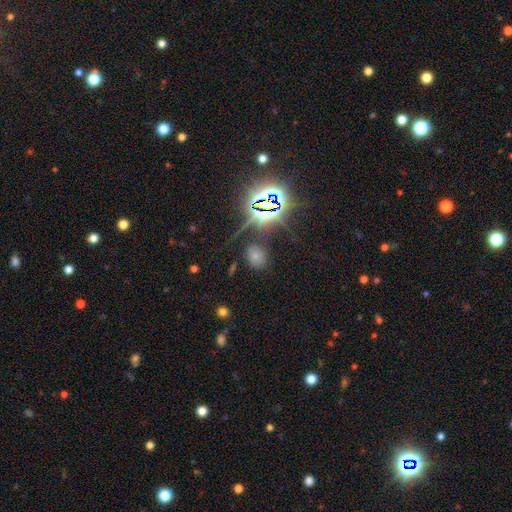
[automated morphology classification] type=smooth (53%); roundness=in between (56%); merging=none (79%).